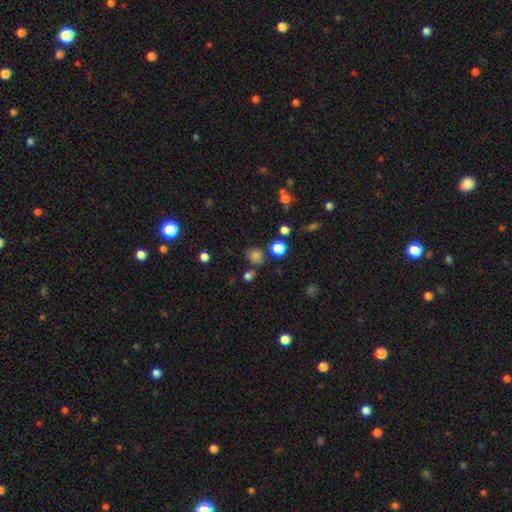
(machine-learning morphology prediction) This appears to be a smooth galaxy with no disk features (76%) that is round (78%). Merging: none (71%).